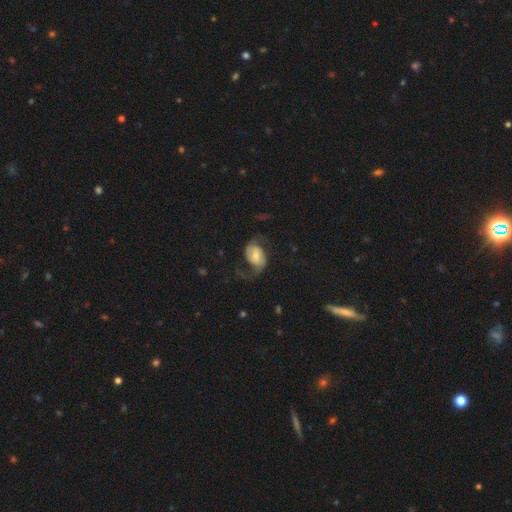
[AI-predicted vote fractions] This appears to be a featured or disk galaxy (69%) with no bar (46%), 2 (90%) loose (64%) spiral arms (92%) and a moderate central bulge (43%). Merging: none (58%).